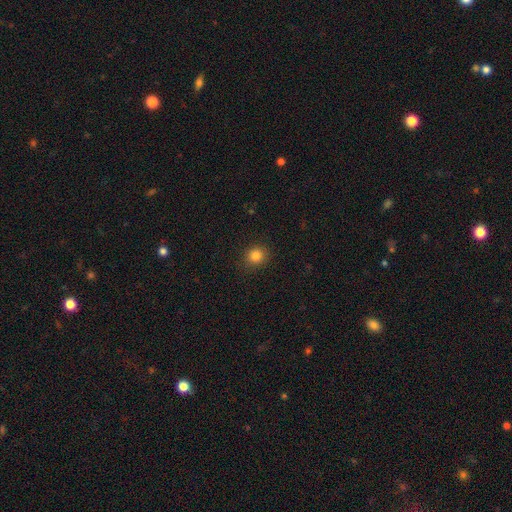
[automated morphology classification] Q: Smooth or featured?
A: smooth (83%); runner-up: star or artifact (12%)
Q: How rounded?
A: round (85%); runner-up: in between (15%)
Q: Merging?
A: none (89%); runner-up: minor disturbance (7%)